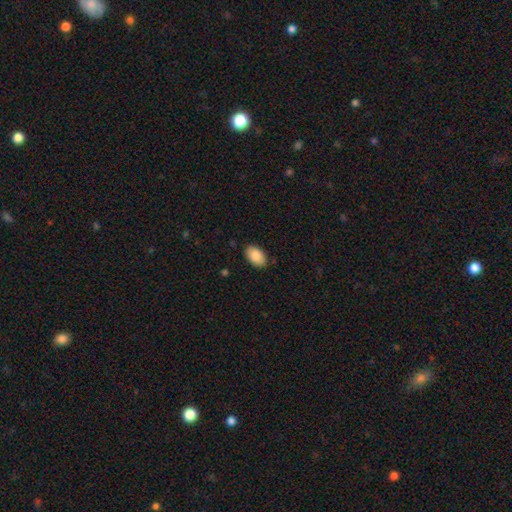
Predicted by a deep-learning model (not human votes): This is clearly a smooth galaxy (88%). How rounded: clearly in between (92%). Merging: clearly none (86%).